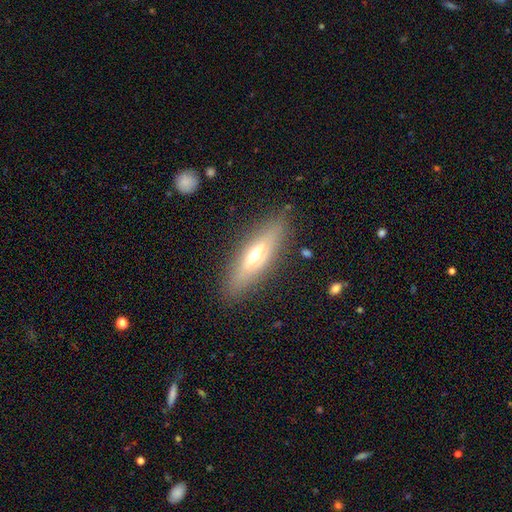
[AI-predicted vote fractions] The model was most divided on "smooth or featured": featured or disk: 50%, smooth: 42%, star or artifact: 8%. More confident: merging — none (86%); edge-on disk — yes (77%).